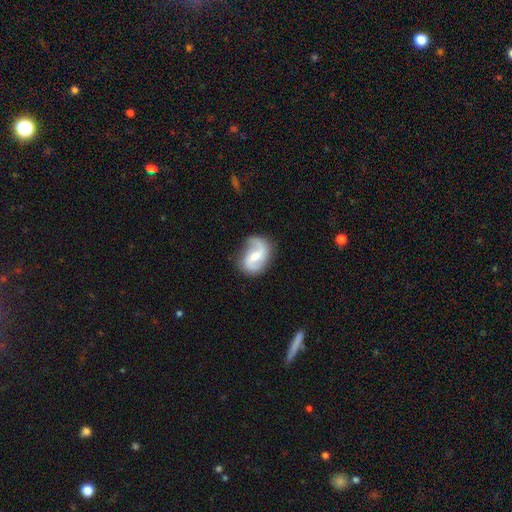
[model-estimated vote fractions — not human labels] A featured or disk galaxy (78%) with a weak bar (54%), 2 (81%) loose (47%) spiral arms (93%) and a moderate central bulge (54%).

Vote fractions:
- Smooth or featured? featured or disk: 78% / smooth: 17% / star or artifact: 5%
- Edge-on disk? no: 98% / yes: 2%
- Bar? weak: 54% / strong: 23% / no: 23%
- Spiral arms? yes: 93% / no: 7%
- Spiral winding? loose: 47% / medium: 40% / tight: 13%
- Spiral arm count? 2: 81% / 1: 11% / can't tell: 5% / 3: 1% / 4: 1% / more than 4: 1%
- Bulge size? moderate: 54% / small: 36% / large: 5% / none: 4% / dominant: 1%
- Merging? none: 67% / minor disturbance: 22% / major disturbance: 9% / merger: 2%